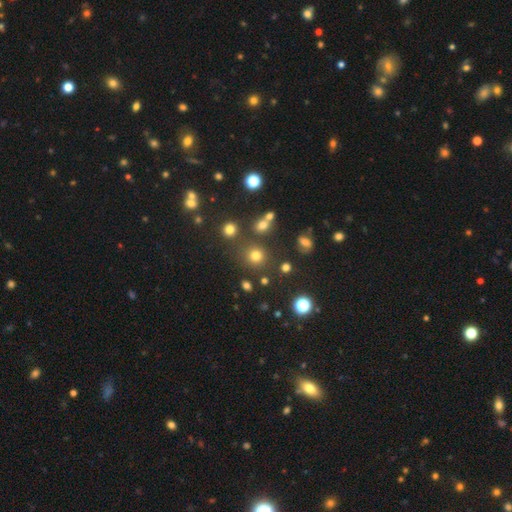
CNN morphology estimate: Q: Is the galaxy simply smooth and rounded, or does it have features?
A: smooth — 73%.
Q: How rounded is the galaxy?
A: round — 87%.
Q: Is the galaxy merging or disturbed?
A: none — 77%.